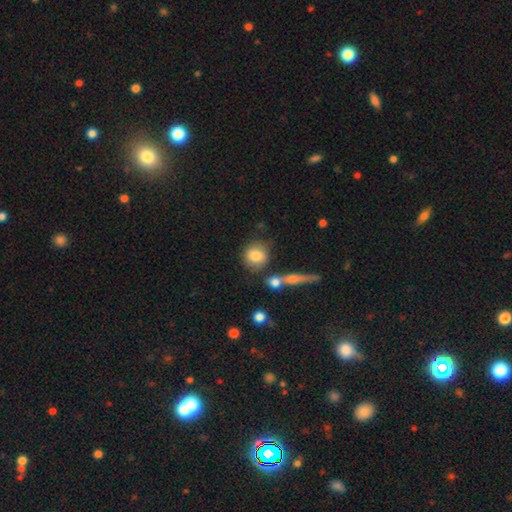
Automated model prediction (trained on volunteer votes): This is clearly a smooth galaxy (80%). How rounded: clearly round (83%). Merging: likely none (70%).